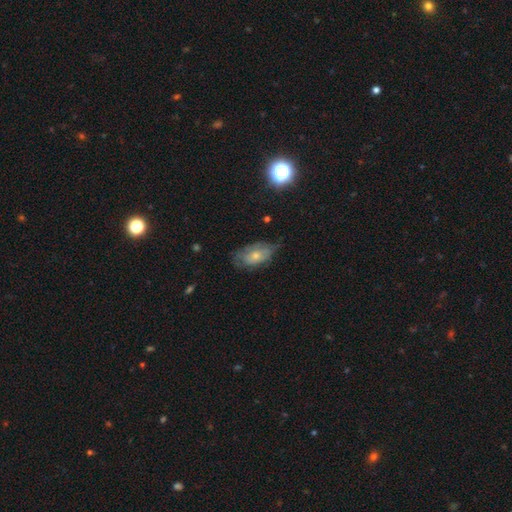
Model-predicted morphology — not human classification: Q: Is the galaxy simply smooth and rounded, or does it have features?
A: smooth — 56%.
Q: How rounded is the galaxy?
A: in between — 90%.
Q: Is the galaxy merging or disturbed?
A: none — 52%.